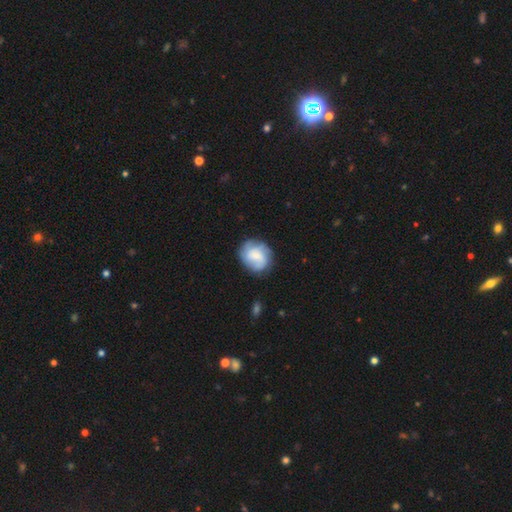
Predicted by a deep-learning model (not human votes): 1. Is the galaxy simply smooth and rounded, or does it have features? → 49% featured or disk, 44% smooth, 7% star or artifact.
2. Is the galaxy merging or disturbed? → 75% none, 18% minor disturbance, 6% major disturbance, 2% merger.